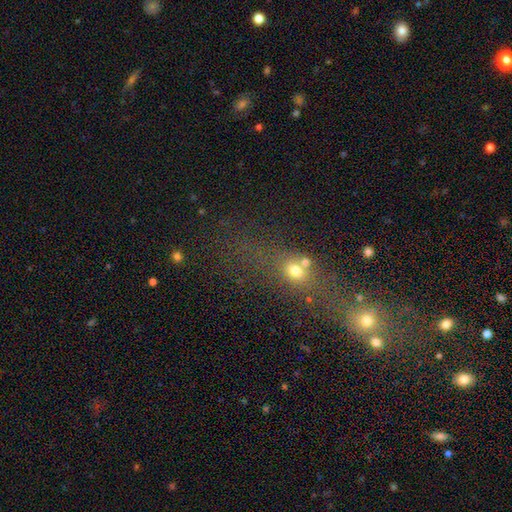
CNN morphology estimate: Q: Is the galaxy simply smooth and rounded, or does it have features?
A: star or artifact — 44%.